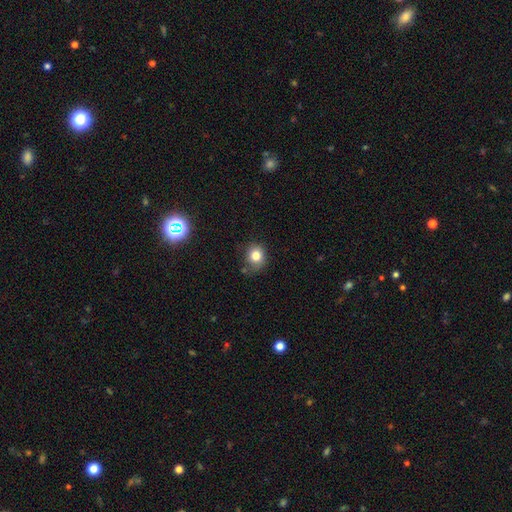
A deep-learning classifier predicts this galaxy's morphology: smooth_or_featured: smooth (p=0.80) [alt: star or artifact p=0.12]
how_rounded: round (p=0.78) [alt: in between p=0.21]
merging: none (p=0.71) [alt: minor disturbance p=0.20]